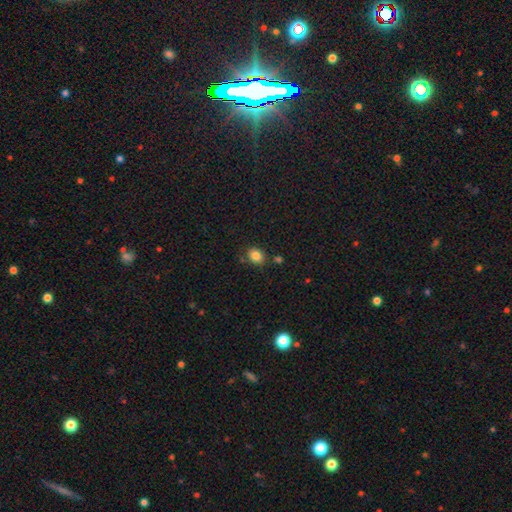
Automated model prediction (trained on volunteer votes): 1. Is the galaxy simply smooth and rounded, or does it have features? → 84% smooth, 10% star or artifact, 5% featured or disk.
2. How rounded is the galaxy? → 57% in between, 42% round, 1% cigar-shaped.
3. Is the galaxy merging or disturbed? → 78% none, 12% minor disturbance, 7% merger, 3% major disturbance.